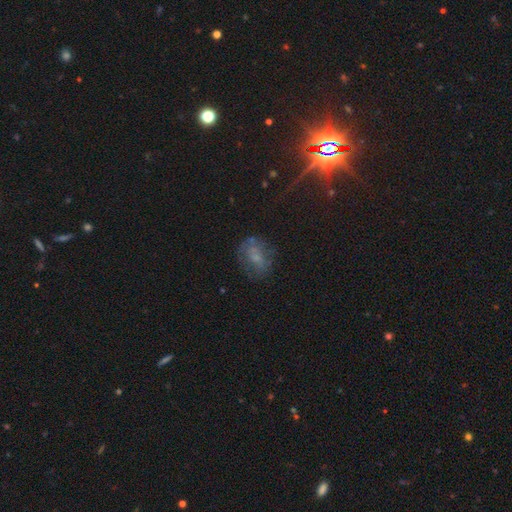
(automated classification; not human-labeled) smooth_or_featured: smooth (p=0.42) [alt: featured or disk p=0.37]
merging: none (p=0.62) [alt: minor disturbance p=0.21]